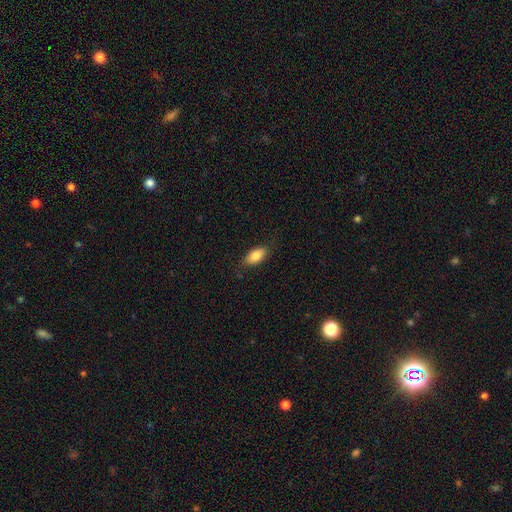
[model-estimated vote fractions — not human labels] A smooth galaxy with no disk features (84%) that is in between round and cigar-shaped (90%). Merging: none (81%).